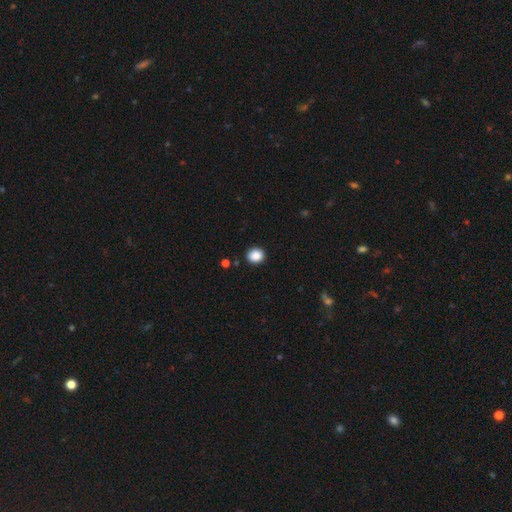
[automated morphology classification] Smooth or featured: smooth — 88% (star or artifact — 9%)
How rounded: round — 76% (in between — 23%)
Merging: none — 90% (minor disturbance — 7%)